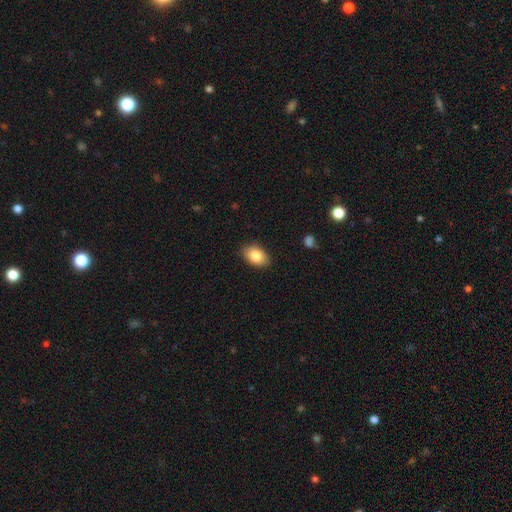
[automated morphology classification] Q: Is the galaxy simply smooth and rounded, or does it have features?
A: smooth — 85%.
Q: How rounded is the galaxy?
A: in between — 88%.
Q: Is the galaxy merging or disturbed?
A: none — 85%.